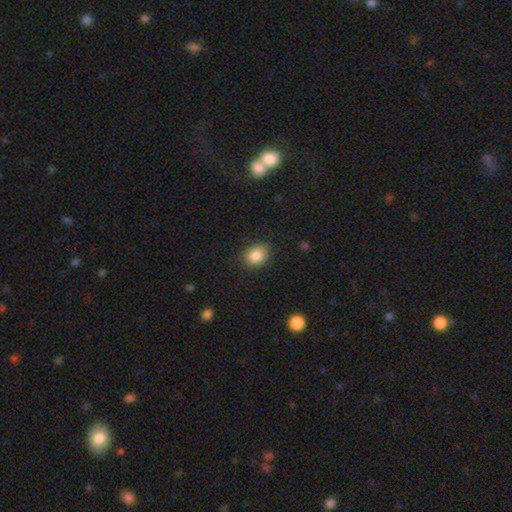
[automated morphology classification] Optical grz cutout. It shows a smooth galaxy with no disk features (85%) that is round (55%). Merging: none (82%).